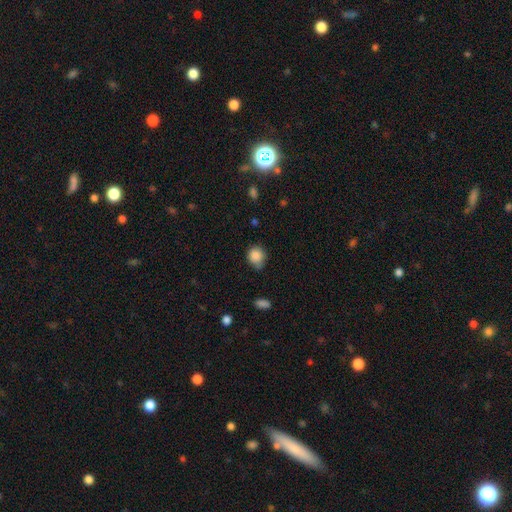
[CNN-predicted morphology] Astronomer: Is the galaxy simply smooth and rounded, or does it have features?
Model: smooth — 87%.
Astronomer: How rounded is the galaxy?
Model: round — 71%.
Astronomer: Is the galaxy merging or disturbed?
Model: none — 58%.